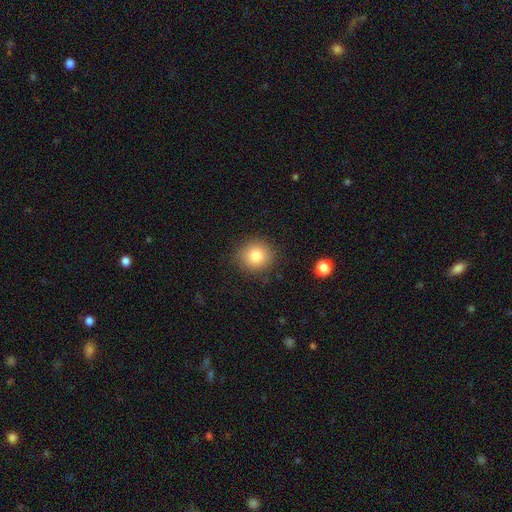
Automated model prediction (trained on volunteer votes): A smooth galaxy with no disk features (82%) that is round (89%).

Vote fractions:
- Smooth or featured? smooth: 82% / star or artifact: 11% / featured or disk: 8%
- How rounded? round: 89% / in between: 10% / cigar-shaped: 1%
- Merging? none: 87% / minor disturbance: 9% / major disturbance: 3% / merger: 1%